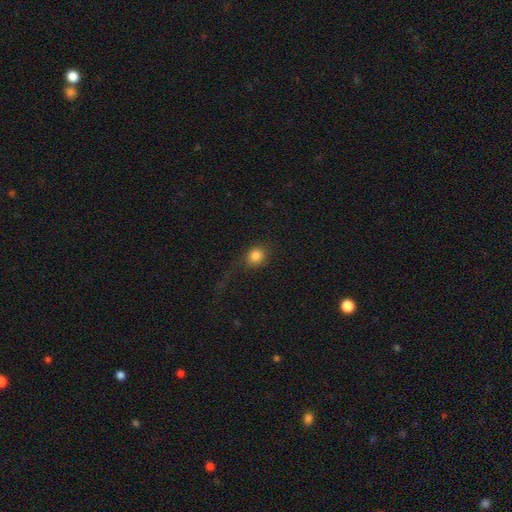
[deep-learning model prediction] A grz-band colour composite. It shows a smooth galaxy with no disk features (83%) that is round (72%). Merging: none (67%).